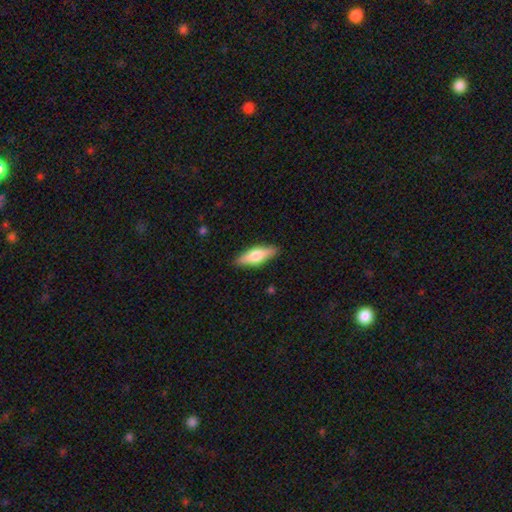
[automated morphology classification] This appears to be a smooth galaxy with no disk features (58%) that is in between round and cigar-shaped (50%). Merging: none (88%).